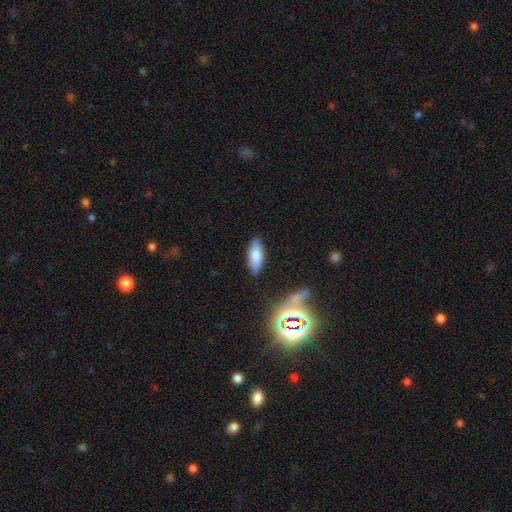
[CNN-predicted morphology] Smooth or featured? Predicted: smooth (p=0.80). How rounded? Predicted: in between (p=0.70). Merging? Predicted: none (p=0.84).